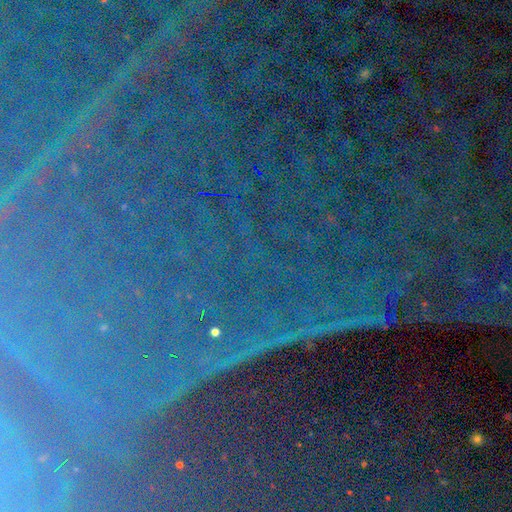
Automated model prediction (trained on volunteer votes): A star or artifact, not a galaxy (87%).

Vote fractions:
- Smooth or featured? star or artifact: 87% / featured or disk: 6% / smooth: 6%